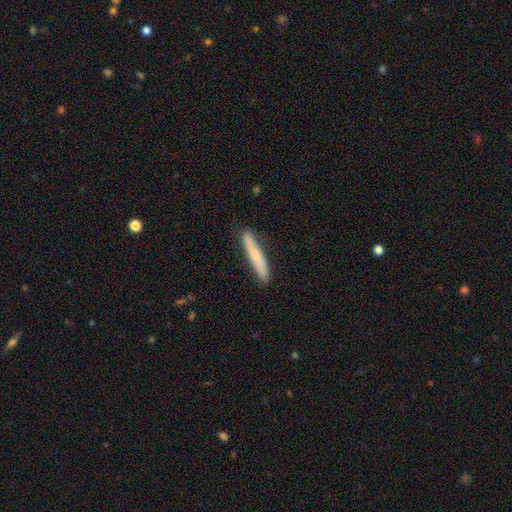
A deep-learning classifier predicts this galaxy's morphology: Smooth or featured? Predicted: smooth (p=0.58). How rounded? Predicted: cigar-shaped (p=0.92). Merging? Predicted: none (p=0.86).